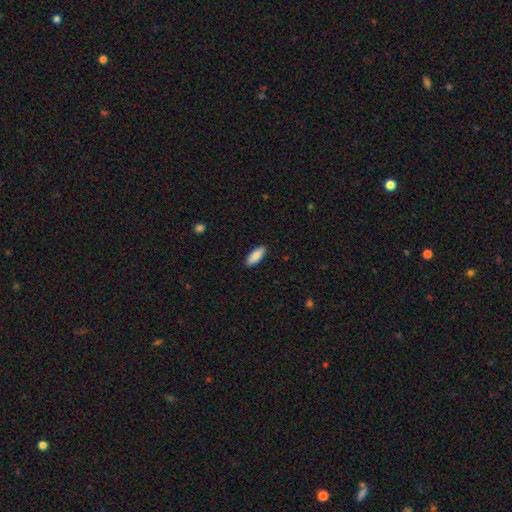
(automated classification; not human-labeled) A smooth galaxy with no disk features (88%) that is in between round and cigar-shaped (76%). Merging: none (90%).